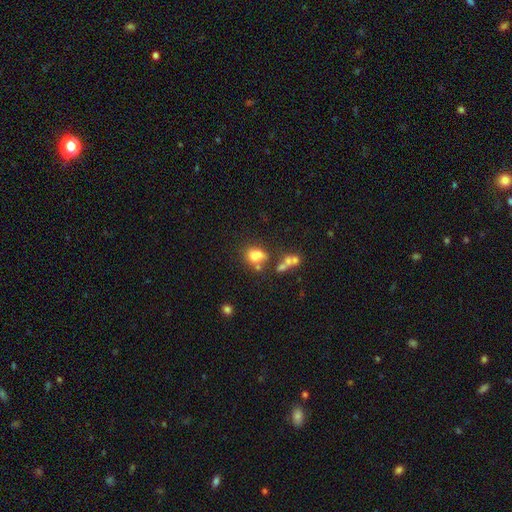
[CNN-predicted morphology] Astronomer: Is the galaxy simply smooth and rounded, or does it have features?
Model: smooth — 65%.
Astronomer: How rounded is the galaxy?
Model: in between — 64%.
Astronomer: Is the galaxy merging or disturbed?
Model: merger — 41% (runner-up: none, 31%).